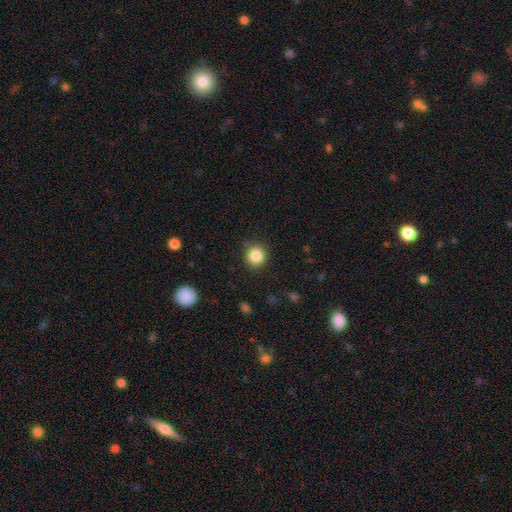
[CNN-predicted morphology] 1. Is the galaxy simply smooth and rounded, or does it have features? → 85% smooth, 10% star or artifact, 5% featured or disk.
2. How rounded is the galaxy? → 91% round, 8% in between, 1% cigar-shaped.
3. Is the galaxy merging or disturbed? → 88% none, 8% minor disturbance, 3% major disturbance, 1% merger.